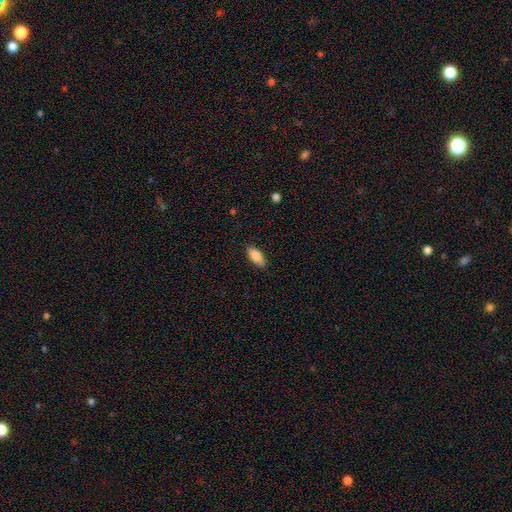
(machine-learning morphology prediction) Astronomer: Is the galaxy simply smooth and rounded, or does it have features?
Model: smooth — 87%.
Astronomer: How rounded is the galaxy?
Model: in between — 84%.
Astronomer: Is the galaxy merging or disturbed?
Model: none — 86%.